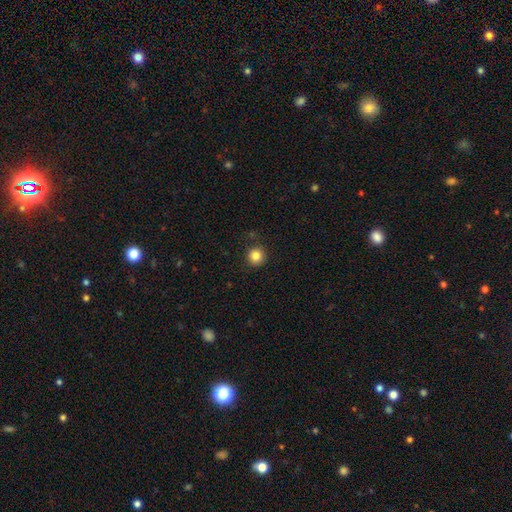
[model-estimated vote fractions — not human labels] A smooth galaxy with no disk features (84%) that is round (94%). Merging: none (89%).